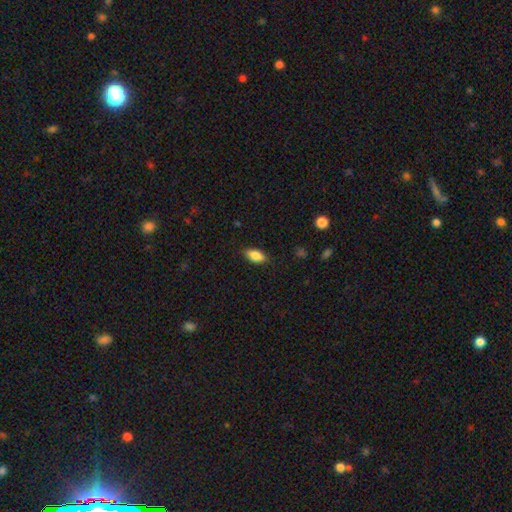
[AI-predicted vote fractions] Morphology: type=smooth (84%); roundness=in between (88%); merging=none (84%).